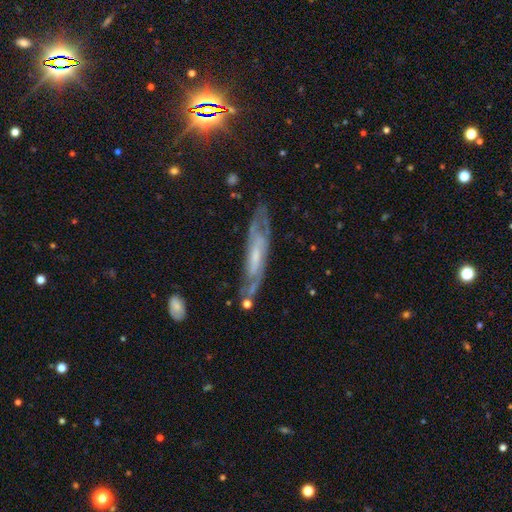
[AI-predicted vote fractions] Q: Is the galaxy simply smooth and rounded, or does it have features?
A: featured or disk — 76%.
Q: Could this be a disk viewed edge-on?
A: no — 65%.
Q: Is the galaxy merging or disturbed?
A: none — 67%.